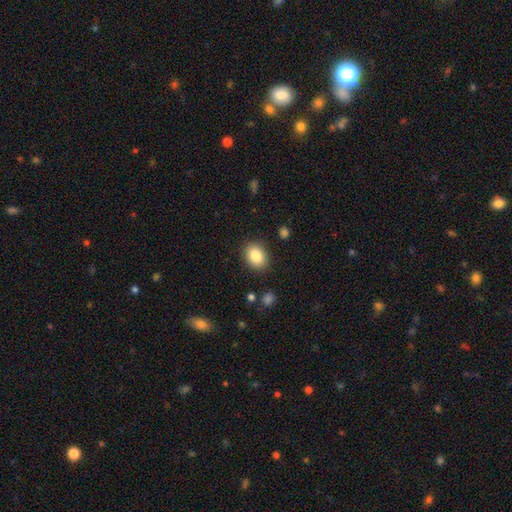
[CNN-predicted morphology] This appears to be a smooth galaxy with no disk features (86%) that is in between round and cigar-shaped (68%). Merging: none (87%).